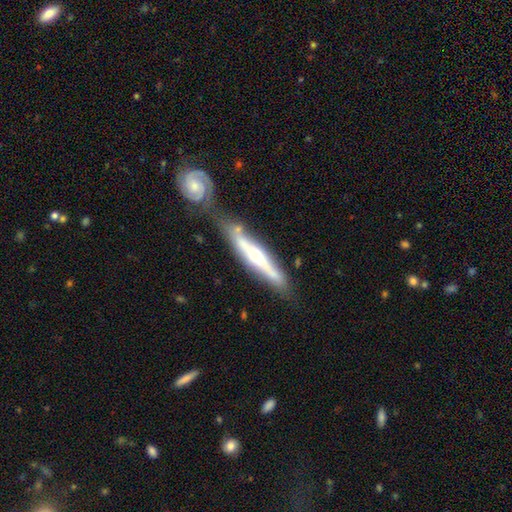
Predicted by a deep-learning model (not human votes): Smooth or featured?
  - featured or disk: 66% *
  - smooth: 29%
  - star or artifact: 5%
Edge-on disk?
  - yes: 85% *
  - no: 15%
Edge-on bulge?
  - rounded: 70% *
  - none: 17%
  - boxy: 13%
Merging?
  - none: 53% *
  - merger: 25%
  - minor disturbance: 17%
  - major disturbance: 5%